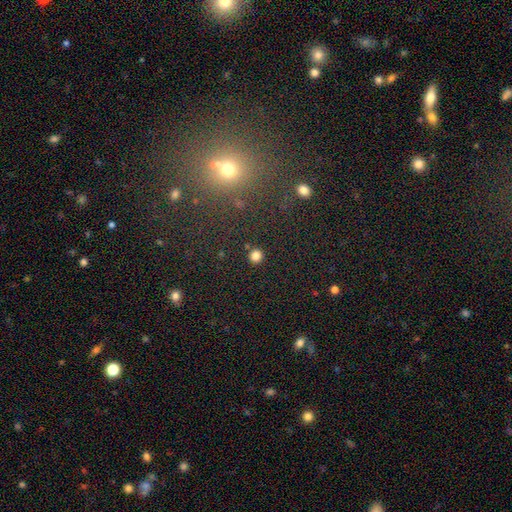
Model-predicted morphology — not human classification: A smooth galaxy with no disk features (81%) that is round (93%). Merging: none (91%).